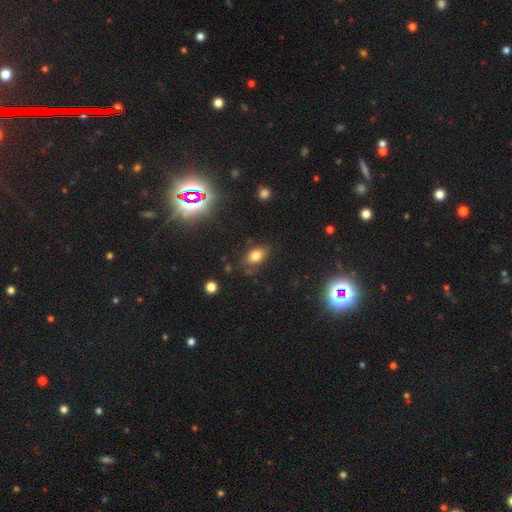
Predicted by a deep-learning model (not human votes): Smooth or featured? Predicted: smooth (p=0.77). How rounded? Predicted: in between (p=0.85). Merging? Predicted: none (p=0.78).